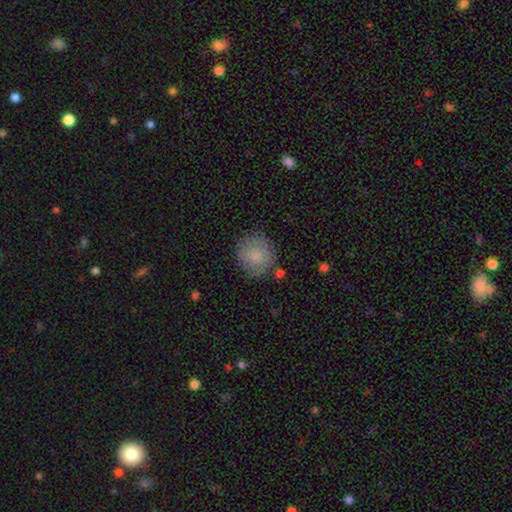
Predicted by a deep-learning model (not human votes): Smooth or featured: smooth — 81% (featured or disk — 12%)
How rounded: round — 92% (in between — 7%)
Merging: none — 79% (minor disturbance — 14%)